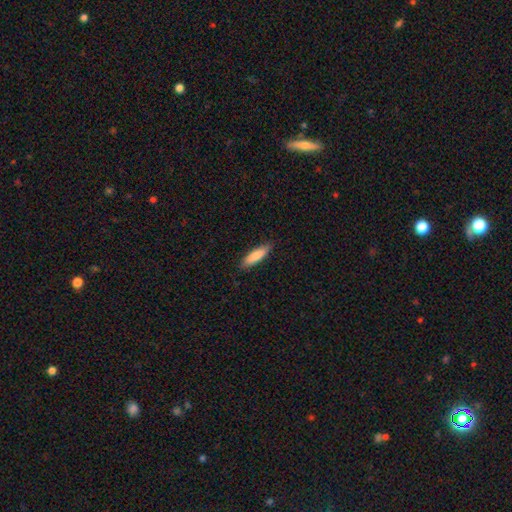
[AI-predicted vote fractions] smooth 83%, featured or disk 11%, star or artifact 5%. Down the decision tree: how rounded — cigar-shaped (63%); merging — none (87%).